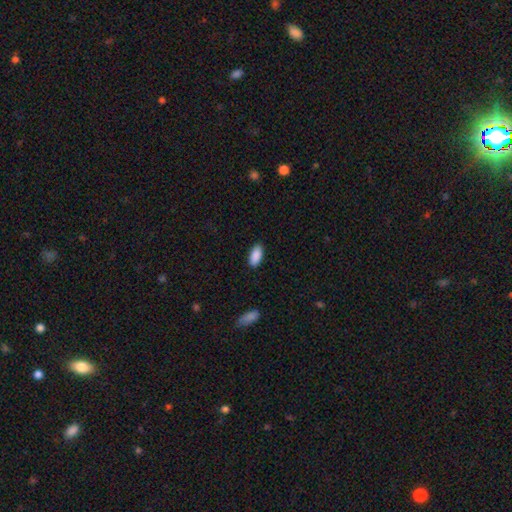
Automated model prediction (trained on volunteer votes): Smooth or featured? Predicted: smooth (p=0.90). How rounded? Predicted: in between (p=0.90). Merging? Predicted: none (p=0.88).